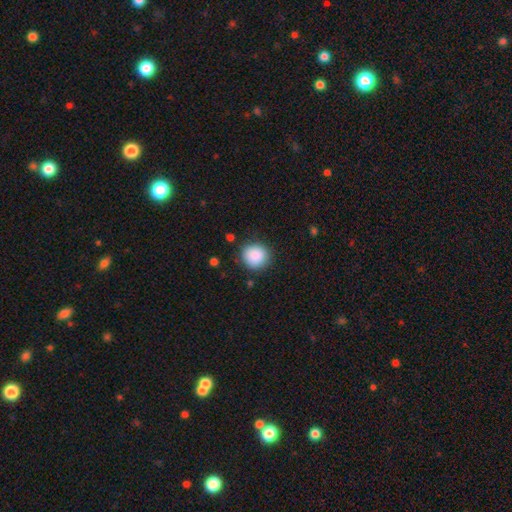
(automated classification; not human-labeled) This is clearly a smooth galaxy (88%). How rounded: clearly round (88%). Merging: clearly none (84%).